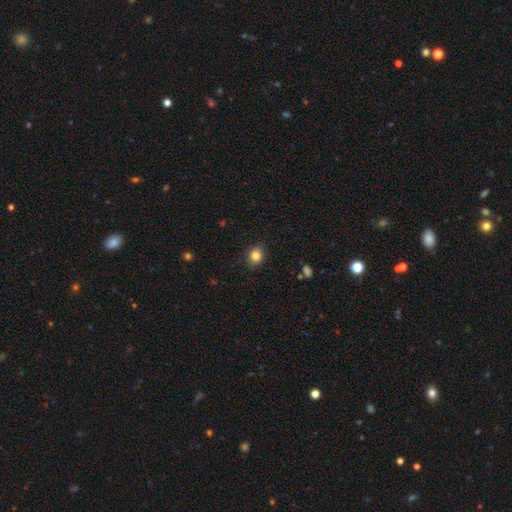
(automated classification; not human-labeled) Smooth or featured? Predicted: smooth (p=0.83). How rounded? Predicted: round (p=0.55). Merging? Predicted: none (p=0.86).